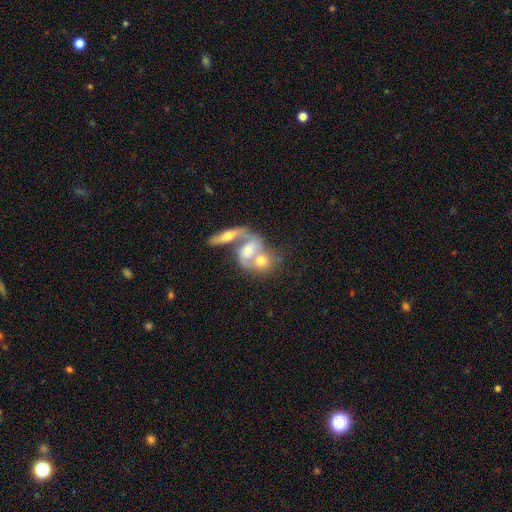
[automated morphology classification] Smooth or featured: featured or disk — 62% (smooth — 30%)
Edge-on disk: no — 90% (yes — 10%)
Bar: no — 66% (weak — 25%)
Spiral arms: yes — 62% (no — 38%)
Bulge size: moderate — 61% (small — 24%)
Merging: merger — 76% (none — 13%)